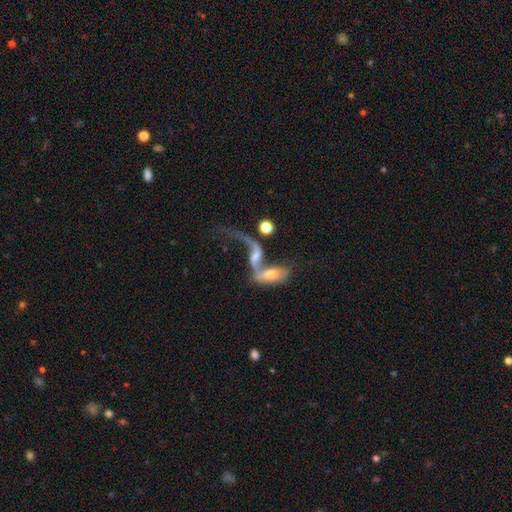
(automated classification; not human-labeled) smooth_or_featured: featured or disk (p=0.62) [alt: smooth p=0.29]
disk_edge_on: no (p=0.89) [alt: yes p=0.11]
bar: no (p=0.51) [alt: weak p=0.33]
has_spiral_arms: yes (p=0.69) [alt: no p=0.31]
bulge_size: moderate (p=0.36) [alt: small p=0.28]
merging: merger (p=0.66) [alt: major disturbance p=0.14]